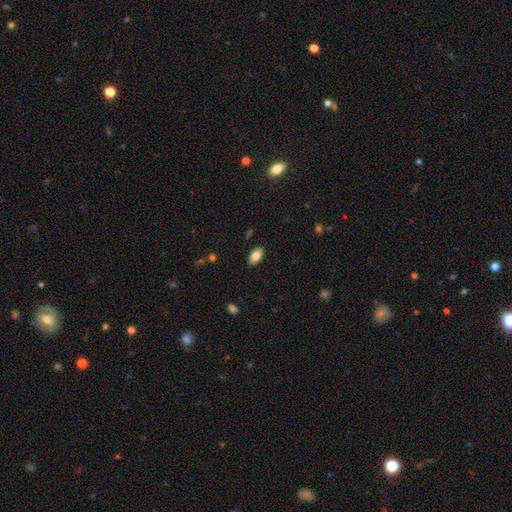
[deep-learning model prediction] A smooth galaxy with no disk features (83%) that is in between round and cigar-shaped (93%). Merging: none (87%).